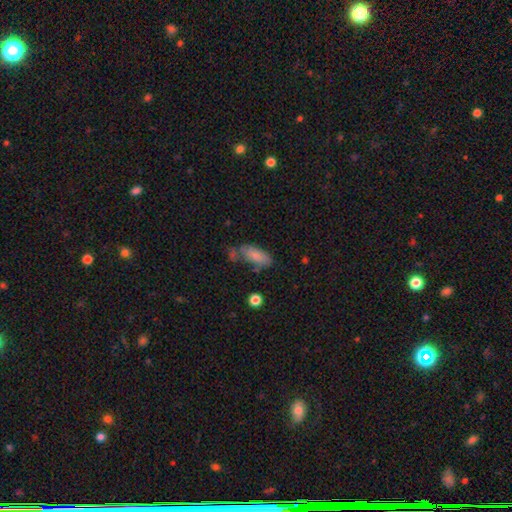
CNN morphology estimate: smooth-or-featured: smooth: 77% | featured or disk: 15% | star or artifact: 7%
  how-rounded: in between: 83% | cigar-shaped: 14% | round: 3%
  merging: none: 49% | minor disturbance: 26% | merger: 14% | major disturbance: 11%